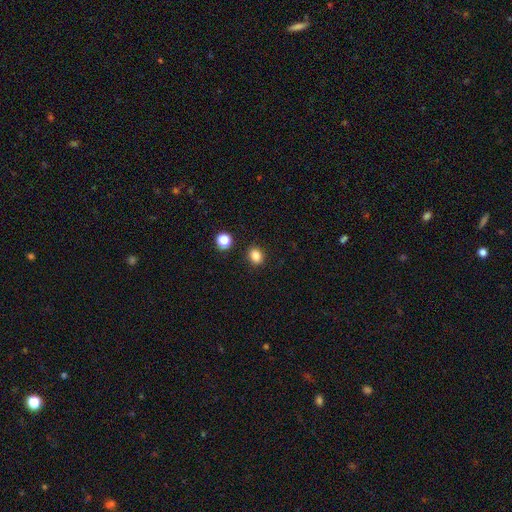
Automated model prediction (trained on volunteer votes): This appears to be a smooth galaxy with no disk features (83%) that is round (60%). Merging: none (88%).